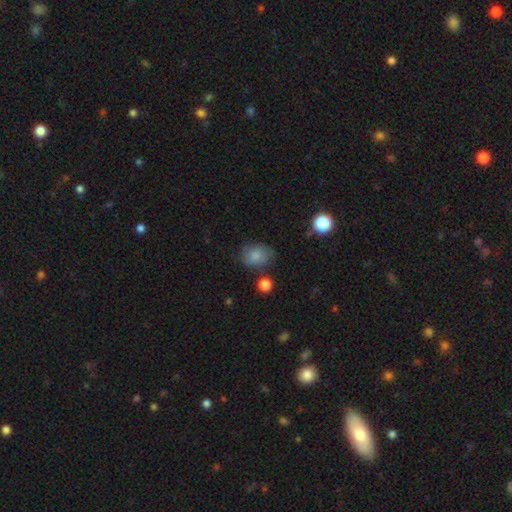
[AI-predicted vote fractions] Smooth or featured? smooth (80%)
How rounded? in between (56%)
Merging? none (66%)